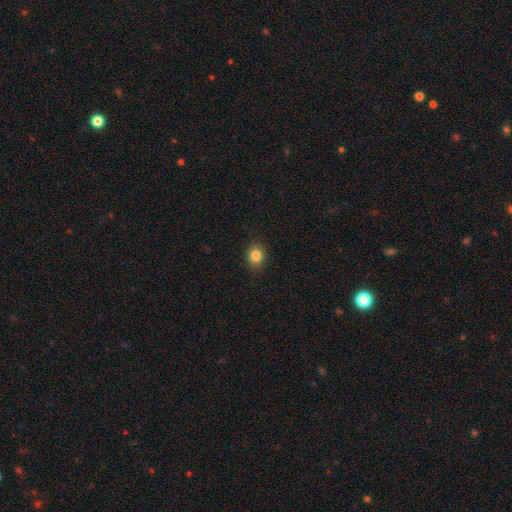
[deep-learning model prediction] This appears to be a smooth galaxy with no disk features (84%) that is round (58%). Merging: none (89%).